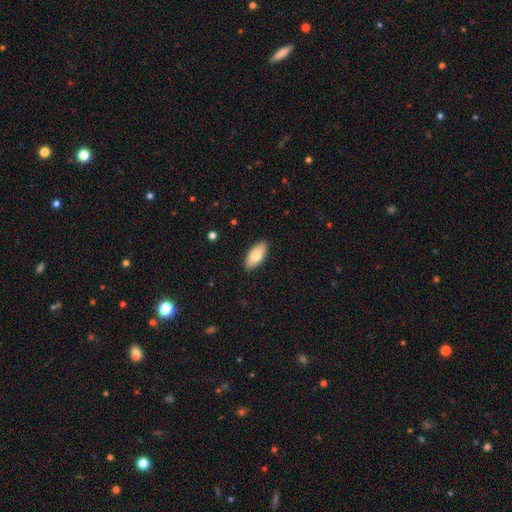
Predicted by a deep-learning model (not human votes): smooth 78%, featured or disk 16%, star or artifact 6%. Down the decision tree: how rounded — in between (89%); merging — none (89%).